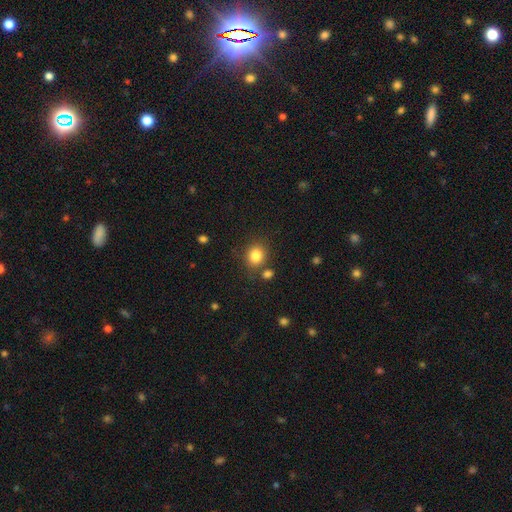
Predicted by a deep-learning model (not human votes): This is clearly a smooth galaxy (83%). How rounded: likely round (76%). Merging: likely none (75%).